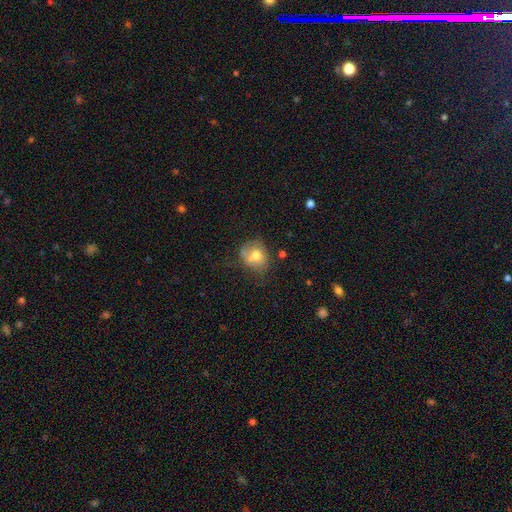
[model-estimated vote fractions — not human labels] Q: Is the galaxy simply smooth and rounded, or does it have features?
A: smooth — 65%.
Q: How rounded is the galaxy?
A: round — 64%.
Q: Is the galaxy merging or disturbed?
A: none — 43%.